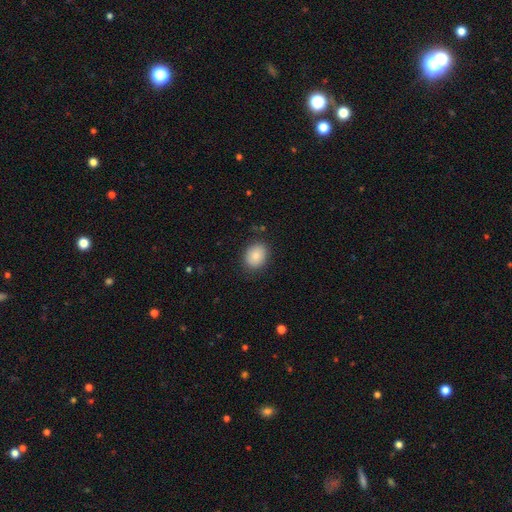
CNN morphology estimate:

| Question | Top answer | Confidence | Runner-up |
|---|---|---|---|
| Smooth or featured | smooth | 85% | star or artifact (8%) |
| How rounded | in between | 54% | round (45%) |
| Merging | none | 85% | minor disturbance (11%) |